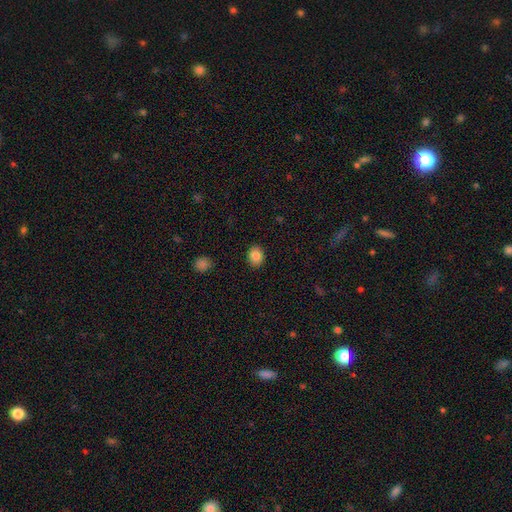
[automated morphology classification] type=smooth (86%); roundness=in between (54%); merging=none (89%).